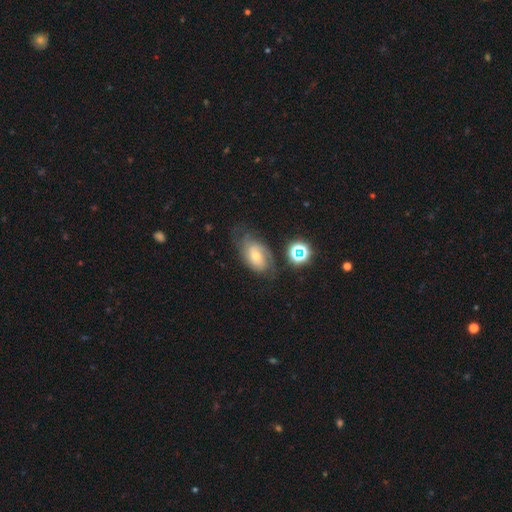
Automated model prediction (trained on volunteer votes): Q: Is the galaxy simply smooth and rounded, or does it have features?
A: featured or disk — 63%.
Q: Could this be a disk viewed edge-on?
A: no — 95%.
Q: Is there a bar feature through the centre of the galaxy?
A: no — 66%.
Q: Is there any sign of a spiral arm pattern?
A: yes — 89%.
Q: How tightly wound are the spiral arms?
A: tight — 49%.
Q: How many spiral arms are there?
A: can't tell — 38%.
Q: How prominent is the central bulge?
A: moderate — 50%.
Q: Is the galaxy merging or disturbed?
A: none — 56%.